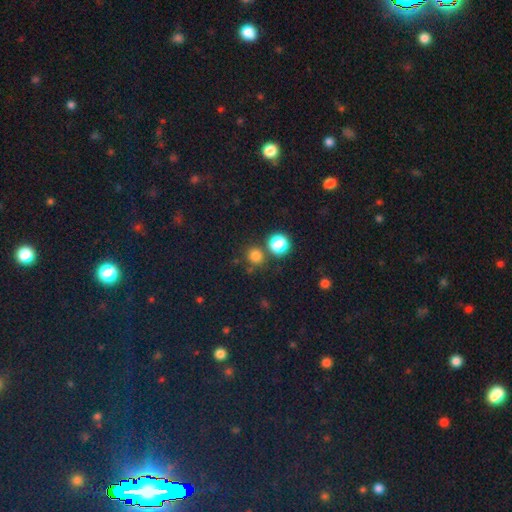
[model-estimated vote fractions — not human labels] Smooth or featured?
  - smooth: 76% *
  - star or artifact: 19%
  - featured or disk: 5%
How rounded?
  - round: 90% *
  - in between: 9%
  - cigar-shaped: 1%
Merging?
  - none: 76% *
  - merger: 14%
  - minor disturbance: 7%
  - major disturbance: 3%